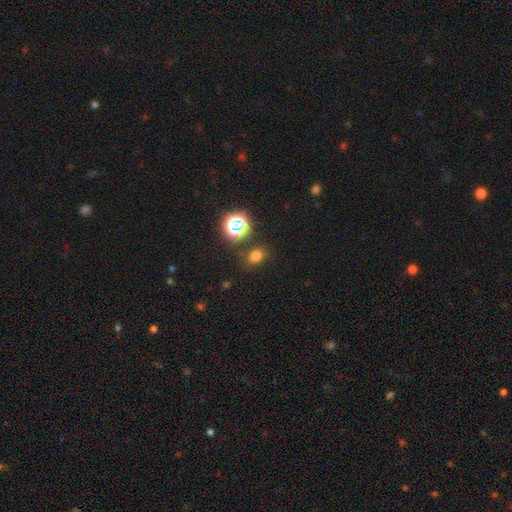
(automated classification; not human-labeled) Smooth or featured? Predicted: smooth (p=0.72). How rounded? Predicted: in between (p=0.54). Merging? Predicted: none (p=0.81).